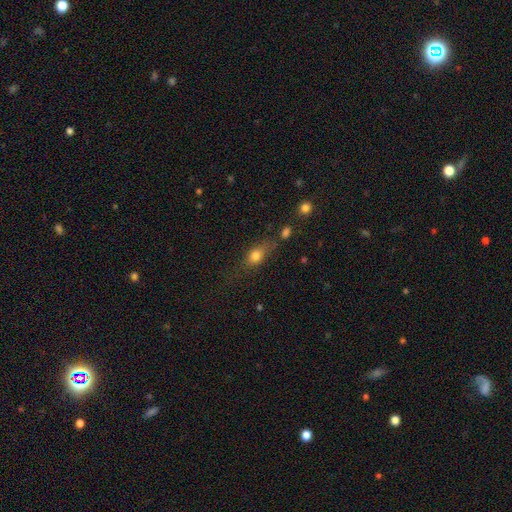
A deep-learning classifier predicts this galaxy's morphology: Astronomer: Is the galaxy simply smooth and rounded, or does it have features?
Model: smooth — 75%.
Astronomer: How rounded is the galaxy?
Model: in between — 66%.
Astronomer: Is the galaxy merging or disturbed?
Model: none — 52%.